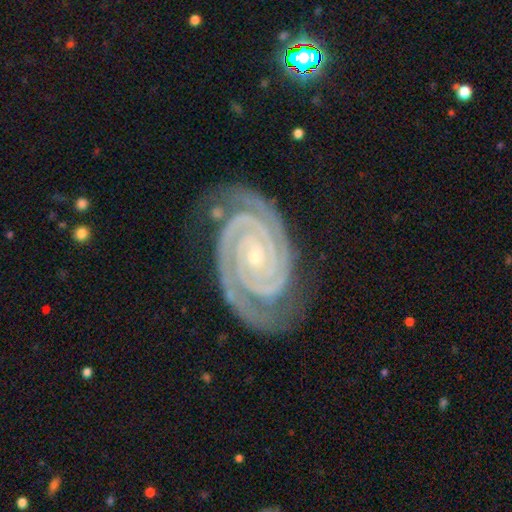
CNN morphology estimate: smooth-or-featured: featured or disk: 94% | star or artifact: 4% | smooth: 2%
  disk-edge-on: no: 98% | yes: 2%
    bar: no: 66% | weak: 20% | strong: 14%
    has-spiral-arms: yes: 99% | no: 1%
      spiral-winding: tight: 88% | medium: 10% | loose: 1%
      spiral-arm-count: 2: 87% | 3: 6% | can't tell: 2% | 4: 2% | more than 4: 2% | 1: 2%
    bulge-size: small: 82% | moderate: 15% | none: 2% | large: 1% | dominant: 1%
  merging: none: 81% | minor disturbance: 14% | major disturbance: 3% | merger: 2%